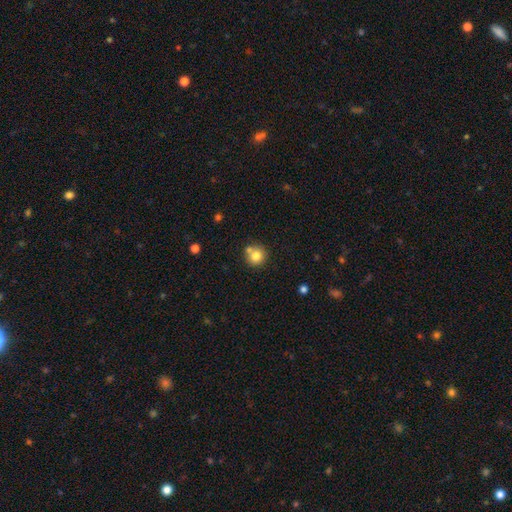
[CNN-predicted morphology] Smooth or featured: smooth — 80% (star or artifact — 10%)
How rounded: round — 92% (in between — 7%)
Merging: none — 67% (merger — 20%)